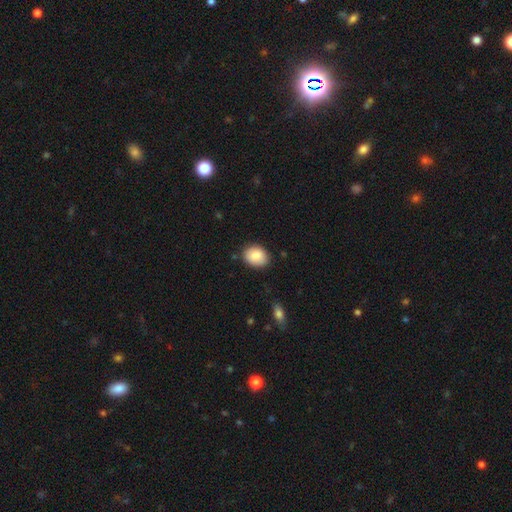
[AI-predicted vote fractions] Q: Smooth or featured?
A: smooth (86%); runner-up: featured or disk (7%)
Q: How rounded?
A: in between (62%); runner-up: round (37%)
Q: Merging?
A: none (84%); runner-up: minor disturbance (12%)